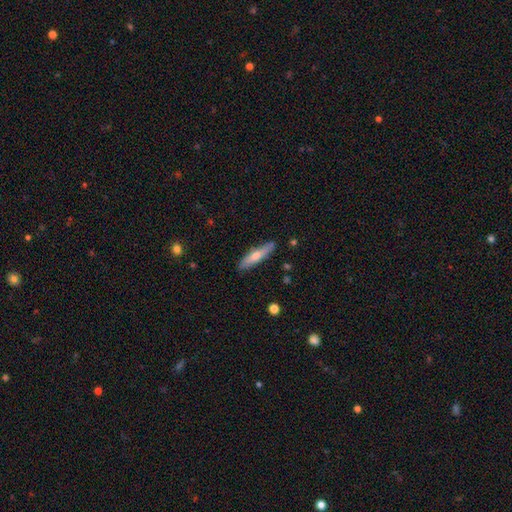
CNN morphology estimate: Overall: smooth (55%; featured or disk 39%). How rounded: cigar-shaped (84%). Merging: none (87%).